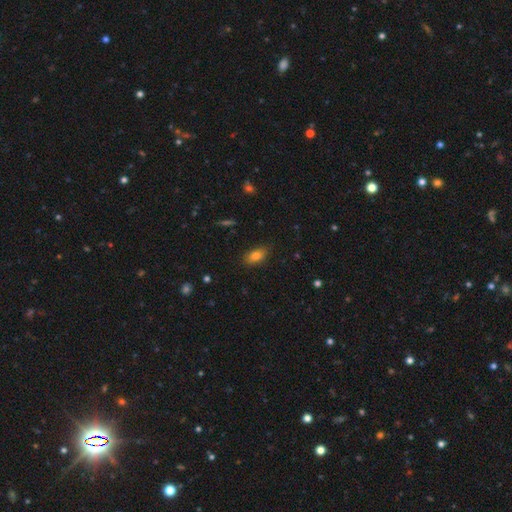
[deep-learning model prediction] smooth_or_featured: smooth (p=0.82) [alt: star or artifact p=0.10]
how_rounded: in between (p=0.87) [alt: round p=0.07]
merging: none (p=0.83) [alt: minor disturbance p=0.13]